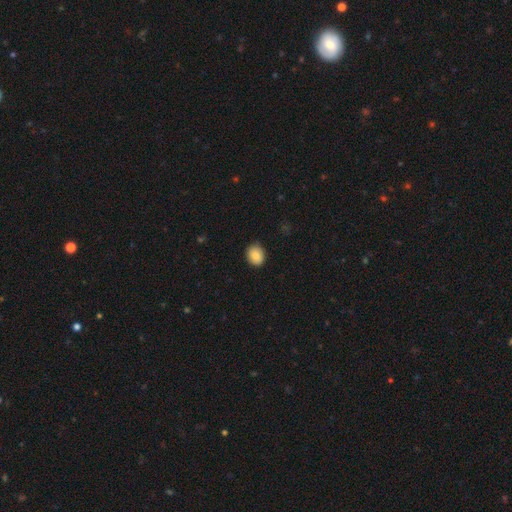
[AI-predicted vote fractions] smooth_or_featured: smooth (p=0.85) [alt: star or artifact p=0.08]
how_rounded: round (p=0.57) [alt: in between p=0.42]
merging: none (p=0.87) [alt: minor disturbance p=0.10]